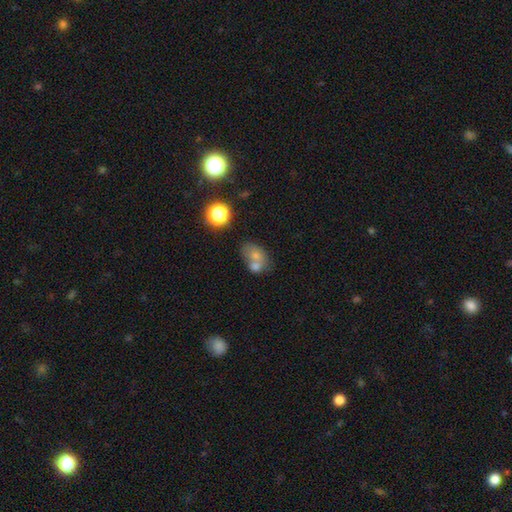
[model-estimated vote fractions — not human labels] smooth 61%, featured or disk 21%, star or artifact 18%. Down the decision tree: how rounded — in between (59%); merging — merger (51%).